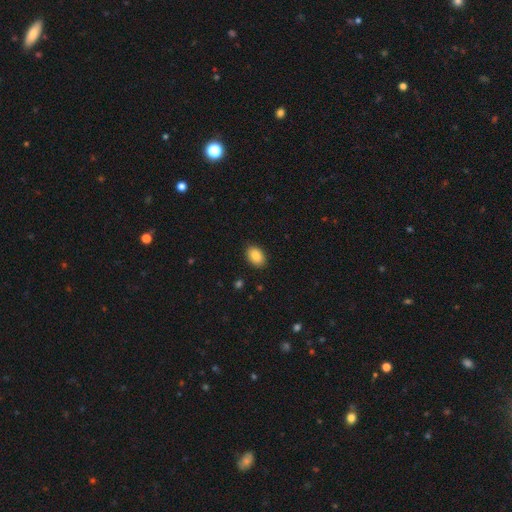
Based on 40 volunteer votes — Smooth or featured?
  - smooth: 90% *
  - featured or disk: 5%
  - star or artifact: 5%
How rounded?
  - in between: 94% *
  - round: 6%
  - cigar-shaped: 0%
Merging?
  - none: 92% *
  - minor disturbance: 8%
  - major disturbance: 0%
  - merger: 0%